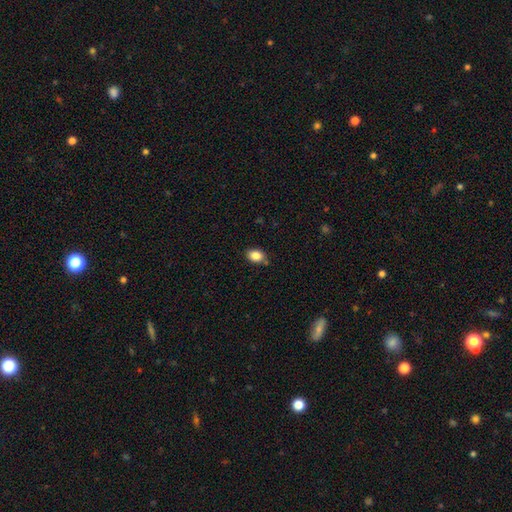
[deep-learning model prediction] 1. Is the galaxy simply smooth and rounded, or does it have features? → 86% smooth, 9% star or artifact, 5% featured or disk.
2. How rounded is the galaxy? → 72% in between, 27% round, 1% cigar-shaped.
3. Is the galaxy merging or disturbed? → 81% none, 13% minor disturbance, 4% merger, 3% major disturbance.